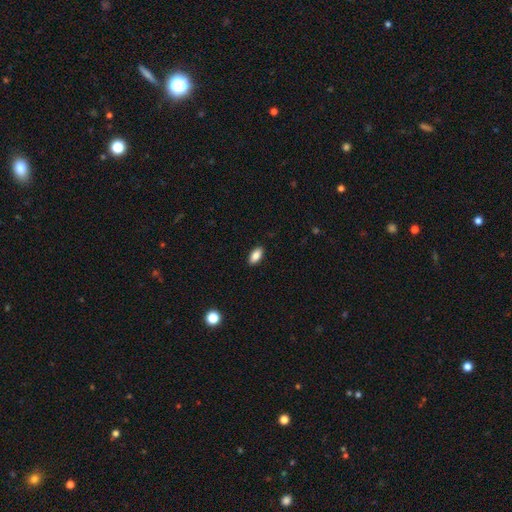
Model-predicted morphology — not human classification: smooth 87%, star or artifact 7%, featured or disk 6%. Down the decision tree: how rounded — in between (90%); merging — none (90%).